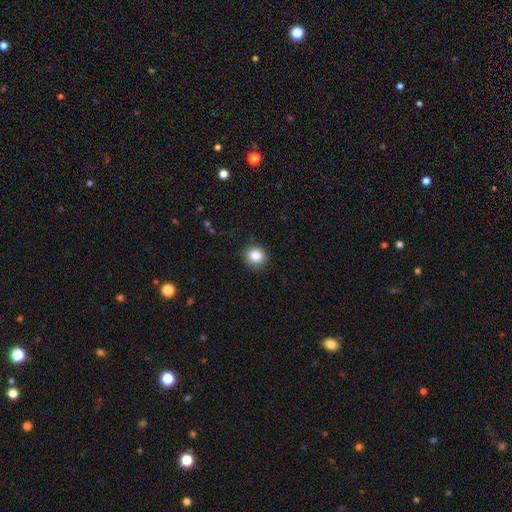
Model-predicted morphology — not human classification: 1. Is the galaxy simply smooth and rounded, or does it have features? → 84% smooth, 10% star or artifact, 6% featured or disk.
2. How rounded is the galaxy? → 87% round, 12% in between, 1% cigar-shaped.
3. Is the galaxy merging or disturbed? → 88% none, 8% minor disturbance, 2% major disturbance, 1% merger.